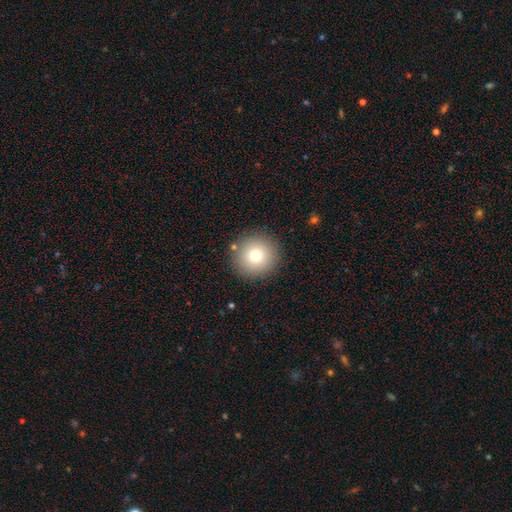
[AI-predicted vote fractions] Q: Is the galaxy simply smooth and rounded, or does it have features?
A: smooth — 76%.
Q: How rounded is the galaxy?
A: round — 96%.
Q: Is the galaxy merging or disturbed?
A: none — 89%.